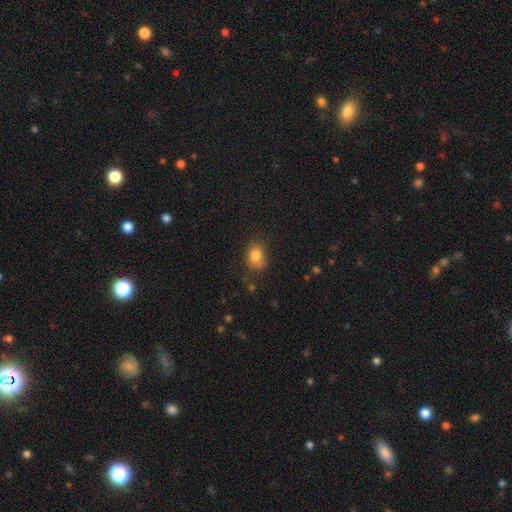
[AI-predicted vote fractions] The model was most divided on "how rounded": in between: 61%, round: 38%, cigar-shaped: 1%. More confident: smooth or featured — smooth (82%); merging — none (64%).